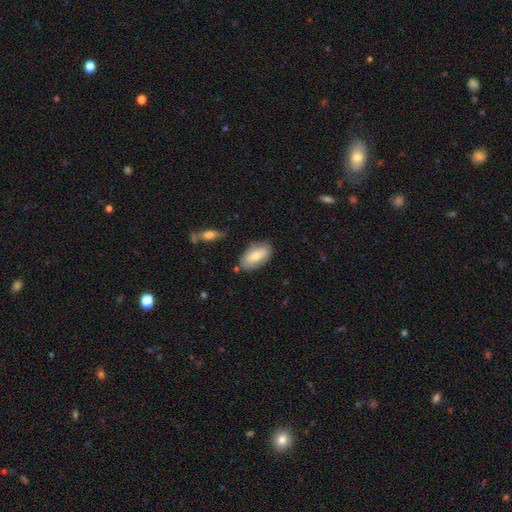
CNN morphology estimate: Smooth or featured: smooth — 69% (featured or disk — 24%)
How rounded: in between — 92% (cigar-shaped — 4%)
Merging: none — 76% (minor disturbance — 17%)